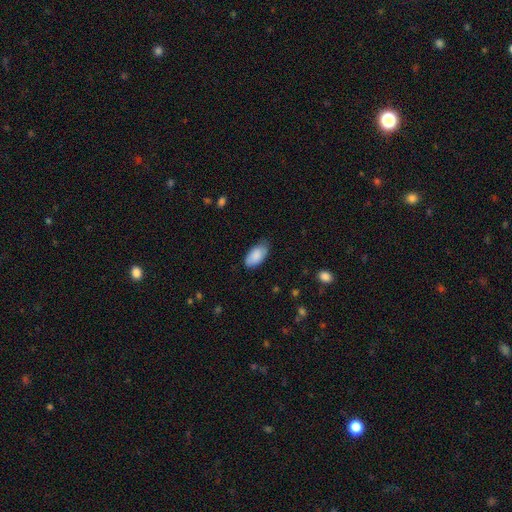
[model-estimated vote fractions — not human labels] Overall: smooth (88%). How rounded: in between (95%). Merging: none (71%).